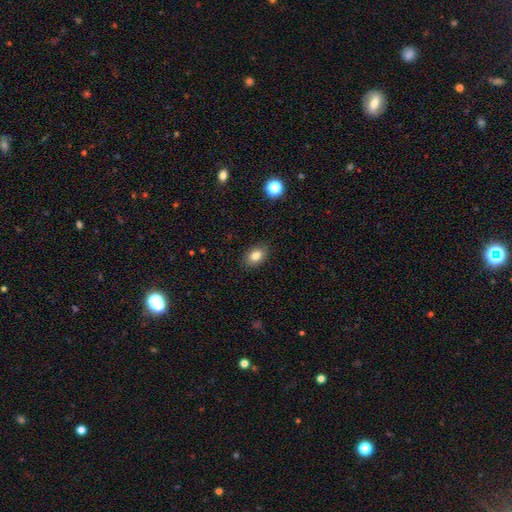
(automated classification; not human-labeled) Smooth or featured?
  - smooth: 82% *
  - star or artifact: 10%
  - featured or disk: 8%
How rounded?
  - in between: 78% *
  - round: 20%
  - cigar-shaped: 1%
Merging?
  - none: 86% *
  - minor disturbance: 10%
  - major disturbance: 3%
  - merger: 1%